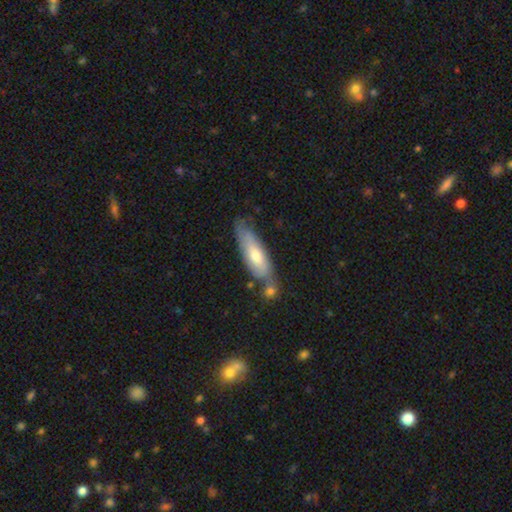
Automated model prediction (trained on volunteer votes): The model was most divided on "how rounded": cigar-shaped: 50%, in between: 48%, round: 2%. More confident: smooth or featured — smooth (62%); merging — none (53%).